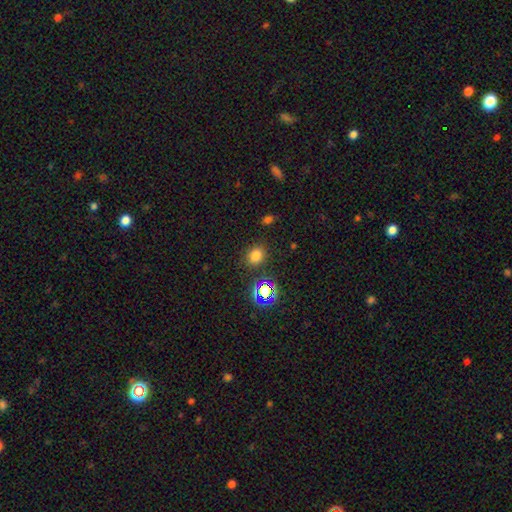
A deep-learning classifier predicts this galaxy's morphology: type=smooth (73%); roundness=in between (54%); merging=none (82%).